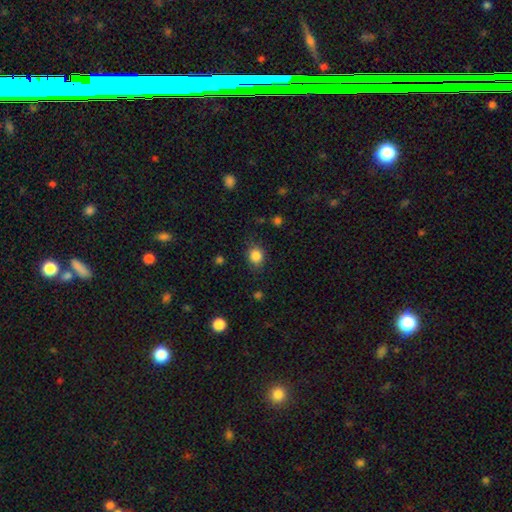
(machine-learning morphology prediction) A smooth galaxy with no disk features (85%) that is round (62%). Merging: none (82%).